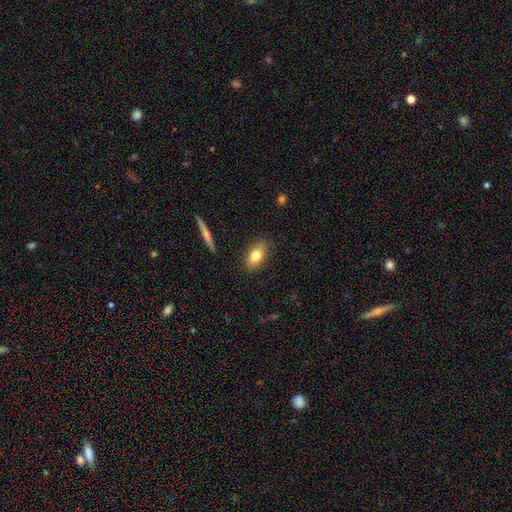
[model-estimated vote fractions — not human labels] smooth 76%, featured or disk 16%, star or artifact 8%. Down the decision tree: how rounded — in between (86%); merging — none (87%).